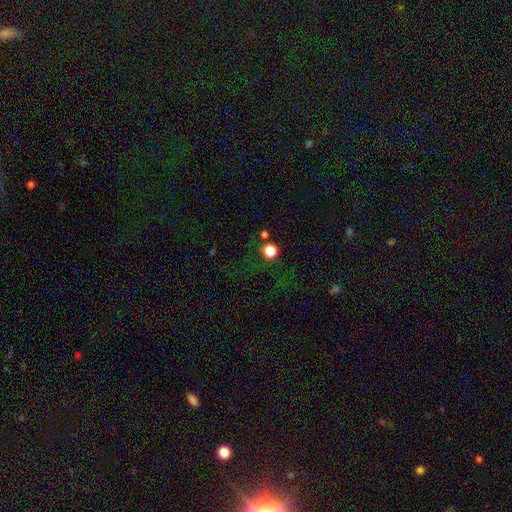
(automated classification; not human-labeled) Q: Smooth or featured?
A: star or artifact (59%); runner-up: smooth (25%)